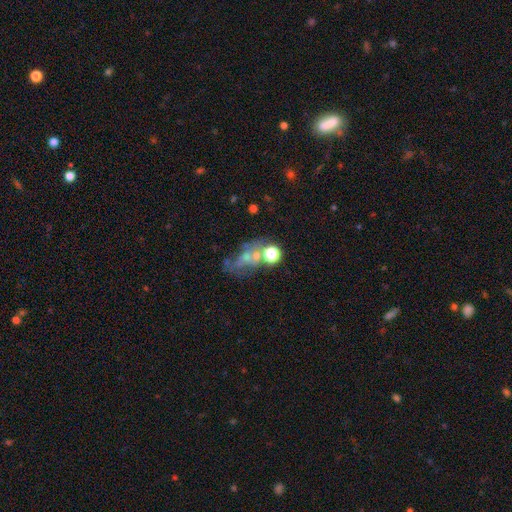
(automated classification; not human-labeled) Morphology: type=featured or disk (37%); merging=none (46%).